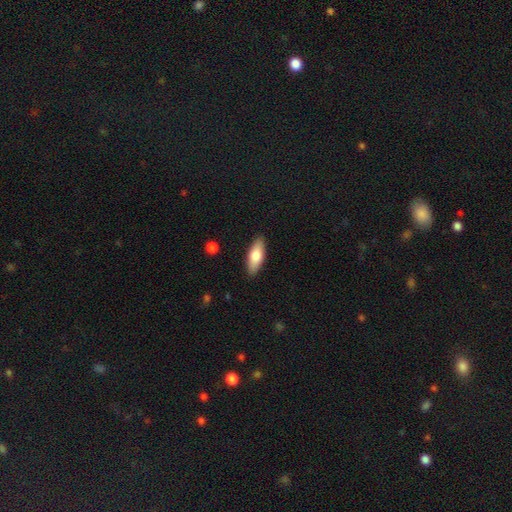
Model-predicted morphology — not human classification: A smooth galaxy with no disk features (75%) that is in between round and cigar-shaped (71%). Merging: none (89%).